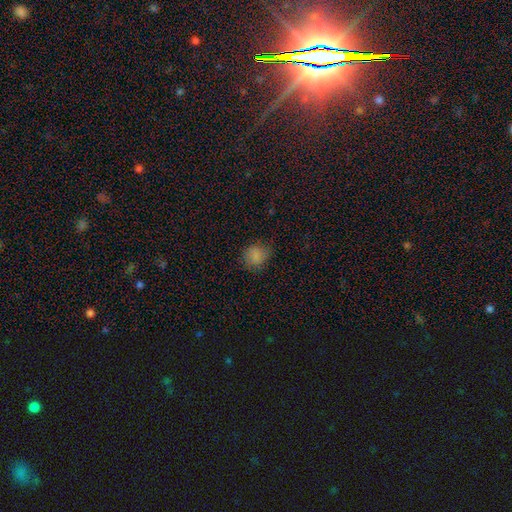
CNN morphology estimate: Smooth or featured: smooth — 81% (star or artifact — 12%)
How rounded: round — 73% (in between — 26%)
Merging: none — 71% (minor disturbance — 21%)